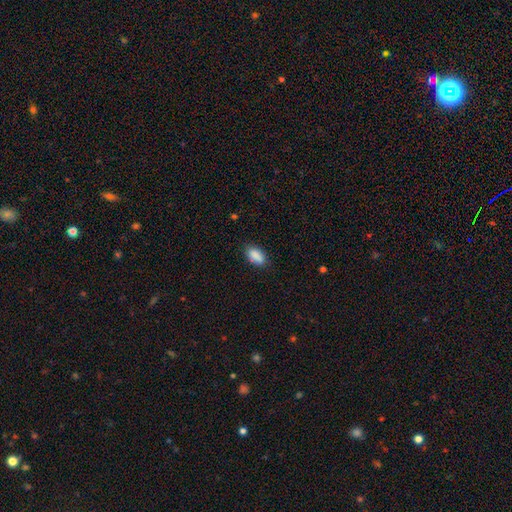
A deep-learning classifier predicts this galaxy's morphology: type=smooth (88%); roundness=in between (90%); merging=none (80%).